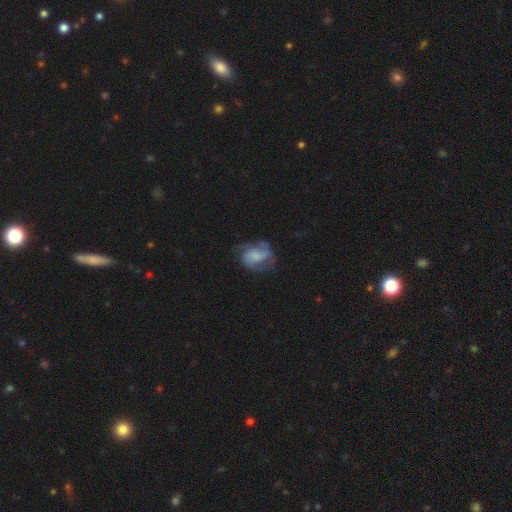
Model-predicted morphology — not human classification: Smooth or featured? Predicted: featured or disk (p=0.53). Edge-on disk? Predicted: no (p=0.97). Bar? Predicted: no (p=0.58). Spiral arms? Predicted: yes (p=0.70). Bulge size? Predicted: none (p=0.37). Merging? Predicted: none (p=0.45).